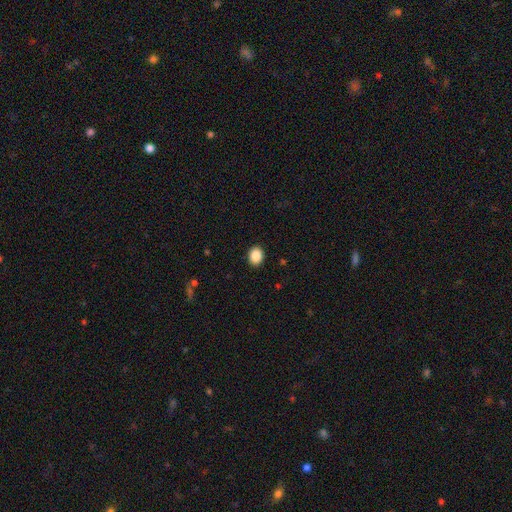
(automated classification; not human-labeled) Morphology: type=smooth (87%); roundness=round (53%); merging=none (91%).